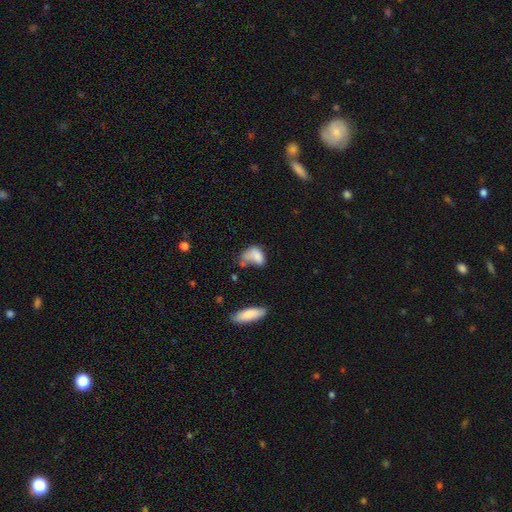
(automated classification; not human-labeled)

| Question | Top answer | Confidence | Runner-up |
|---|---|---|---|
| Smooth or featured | smooth | 73% | featured or disk (17%) |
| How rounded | in between | 85% | round (12%) |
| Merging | minor disturbance | 27% | tied: none (27%) |